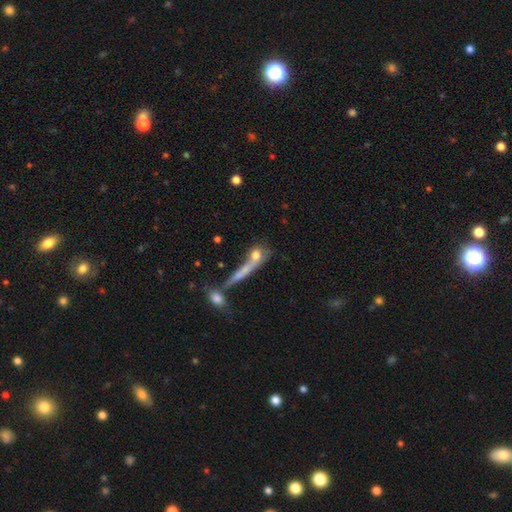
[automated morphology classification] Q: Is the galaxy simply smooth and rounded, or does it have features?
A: smooth — 61%.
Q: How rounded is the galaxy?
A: cigar-shaped — 38%.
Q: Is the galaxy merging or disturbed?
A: none — 38%.